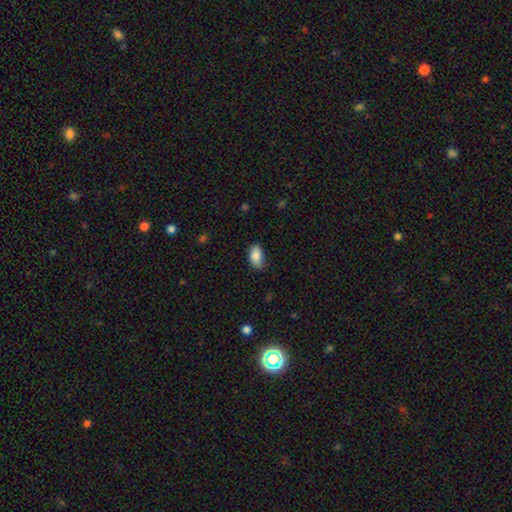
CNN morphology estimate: smooth_or_featured: smooth (p=0.86) [alt: star or artifact p=0.07]
how_rounded: in between (p=0.93) [alt: round p=0.04]
merging: none (p=0.69) [alt: minor disturbance p=0.25]